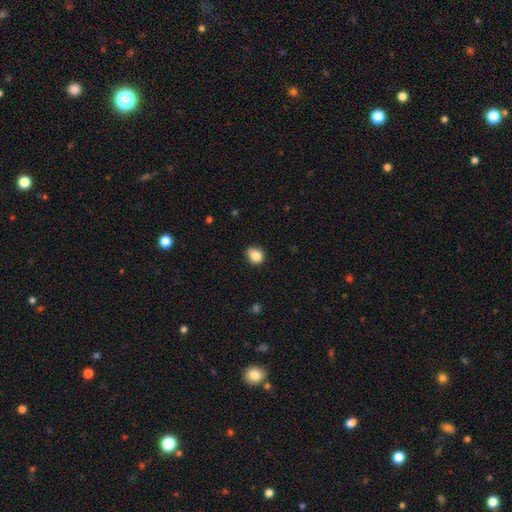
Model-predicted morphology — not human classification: smooth 84%, star or artifact 10%, featured or disk 6%. Down the decision tree: how rounded — round (62%); merging — none (72%).